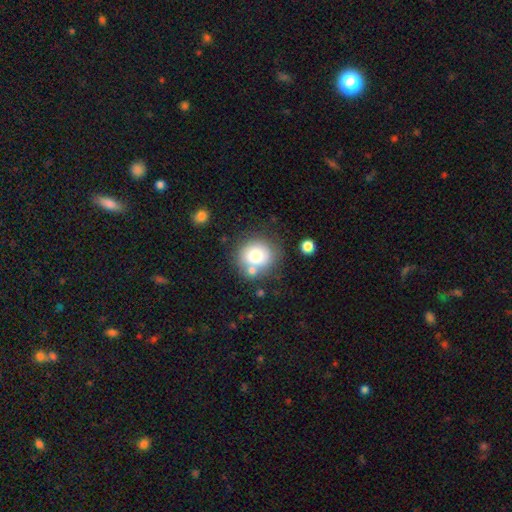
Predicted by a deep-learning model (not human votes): Morphology: type=smooth (74%); roundness=round (82%); merging=none (62%).